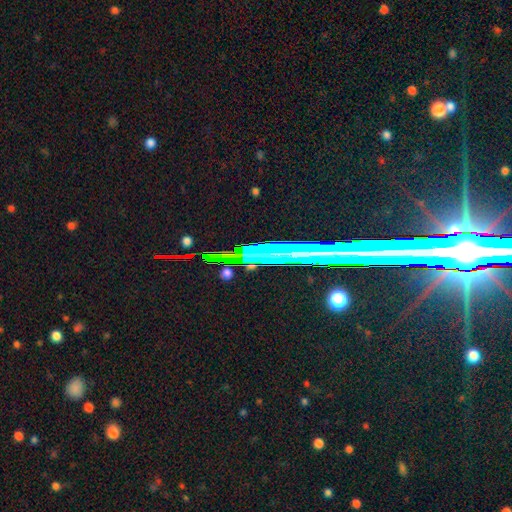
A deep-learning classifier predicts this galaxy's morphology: smooth-or-featured: star or artifact: 68% | featured or disk: 21% | smooth: 11%